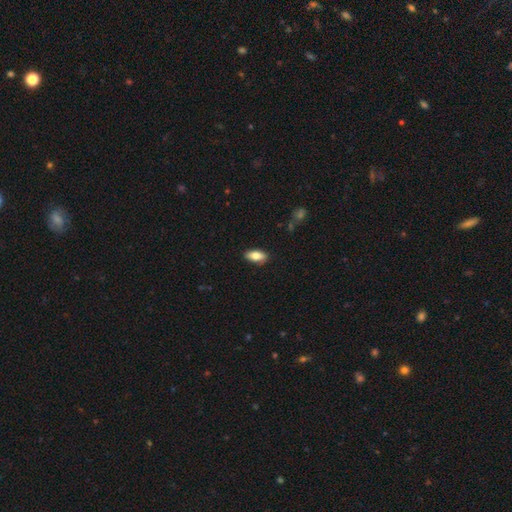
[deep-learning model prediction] This is likely a smooth galaxy (80%). How rounded: clearly in between (89%). Merging: clearly none (87%).